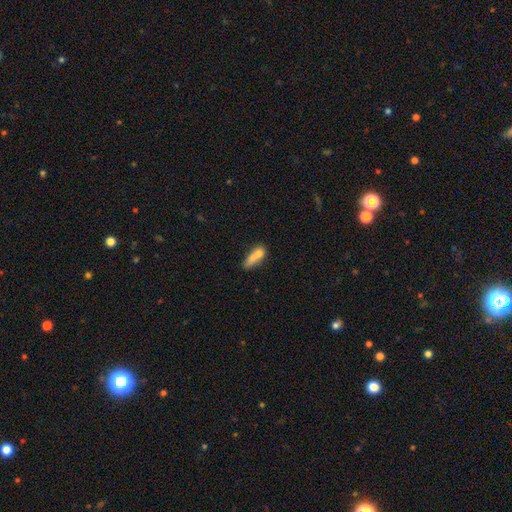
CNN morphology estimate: Smooth or featured?
  - smooth: 70% *
  - featured or disk: 21%
  - star or artifact: 9%
How rounded?
  - in between: 54% *
  - cigar-shaped: 40%
  - round: 5%
Merging?
  - merger: 39% *
  - none: 36%
  - minor disturbance: 17%
  - major disturbance: 8%